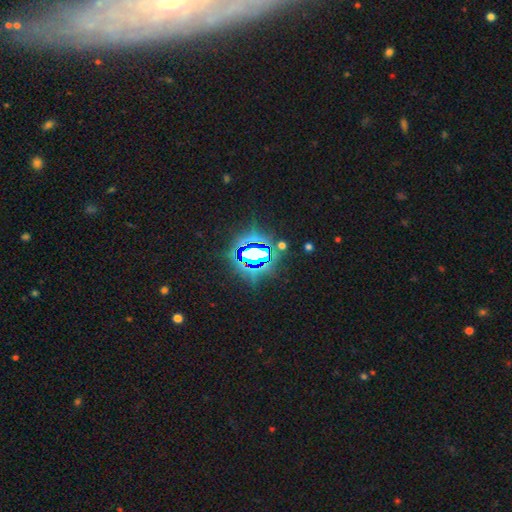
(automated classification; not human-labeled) Smooth or featured? Predicted: star or artifact (p=0.83).